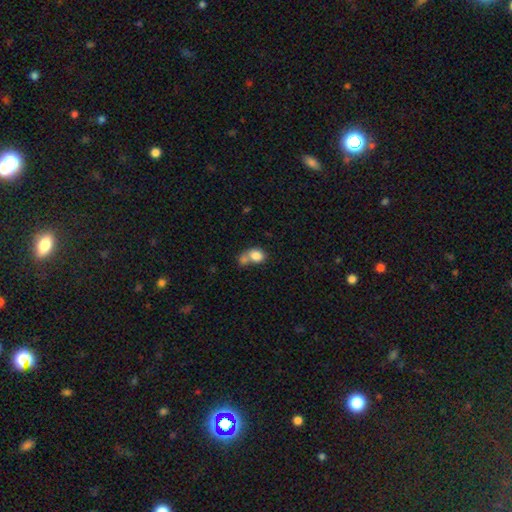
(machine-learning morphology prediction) smooth 81%, featured or disk 10%, star or artifact 9%. Down the decision tree: how rounded — round (50%); merging — merger (55%).